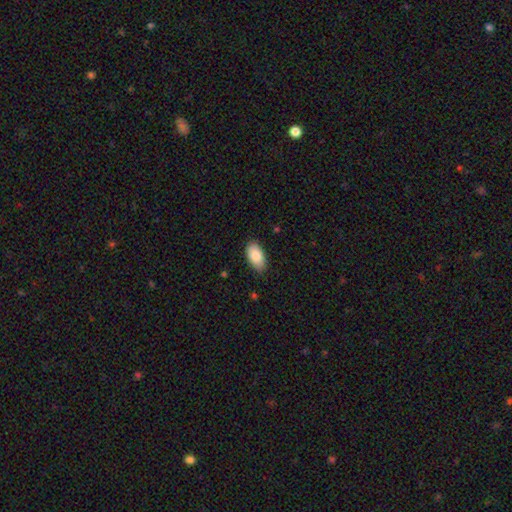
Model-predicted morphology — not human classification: type=smooth (86%); roundness=in between (95%); merging=none (85%).